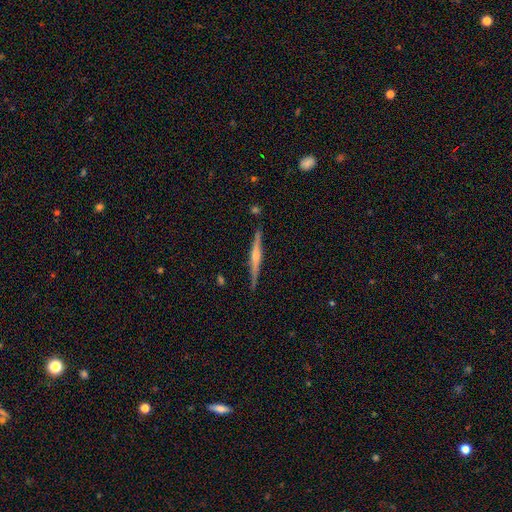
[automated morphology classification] Smooth or featured? Predicted: featured or disk (p=0.77). Edge-on disk? Predicted: yes (p=0.98). Edge-on bulge? Predicted: rounded (p=0.80). Merging? Predicted: none (p=0.87).